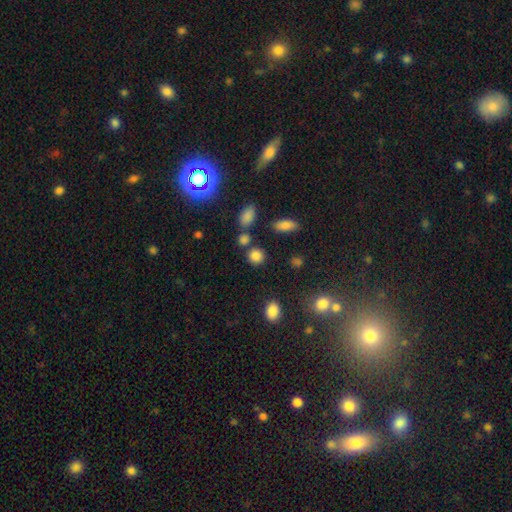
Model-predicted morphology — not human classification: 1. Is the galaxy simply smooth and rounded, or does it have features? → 83% smooth, 12% star or artifact, 5% featured or disk.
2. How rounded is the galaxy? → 84% round, 14% in between, 1% cigar-shaped.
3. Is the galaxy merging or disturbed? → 78% none, 9% minor disturbance, 9% merger, 4% major disturbance.